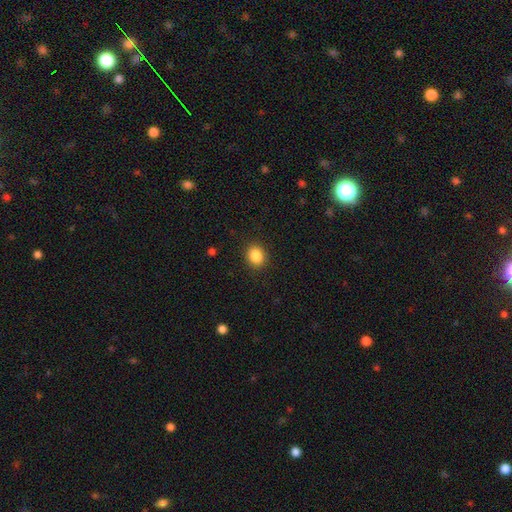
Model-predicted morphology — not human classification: type=smooth (86%); roundness=round (66%); merging=none (90%).